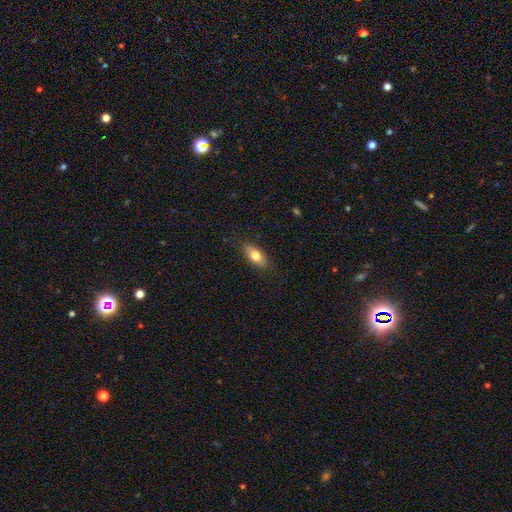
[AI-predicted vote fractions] This appears to be a smooth galaxy with no disk features (73%) that is in between round and cigar-shaped (80%). Merging: none (84%).